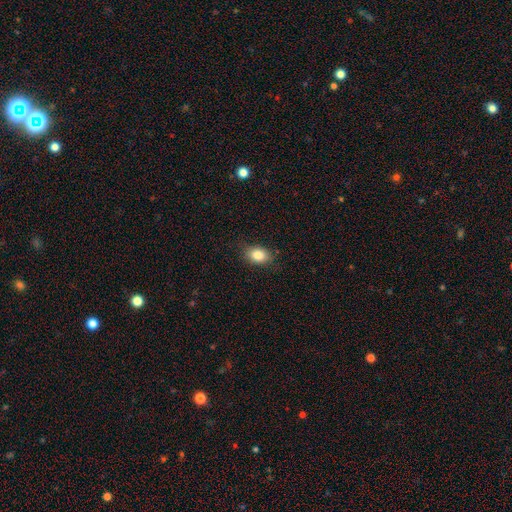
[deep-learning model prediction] The model was most divided on "how rounded": in between: 80%, round: 19%, cigar-shaped: 2%. More confident: merging — none (84%); smooth or featured — smooth (84%).